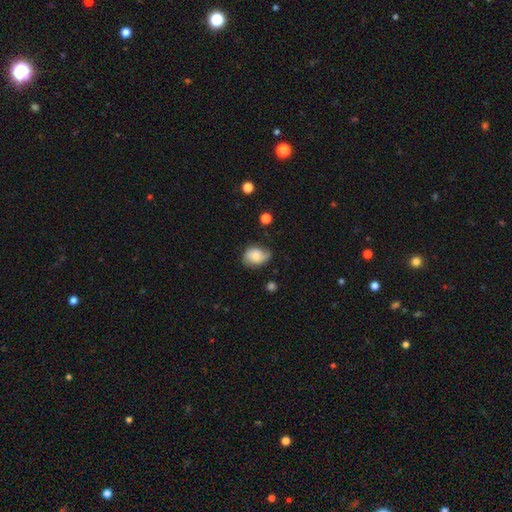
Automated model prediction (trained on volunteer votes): Morphology: type=smooth (54%); roundness=in between (65%); merging=none (59%).